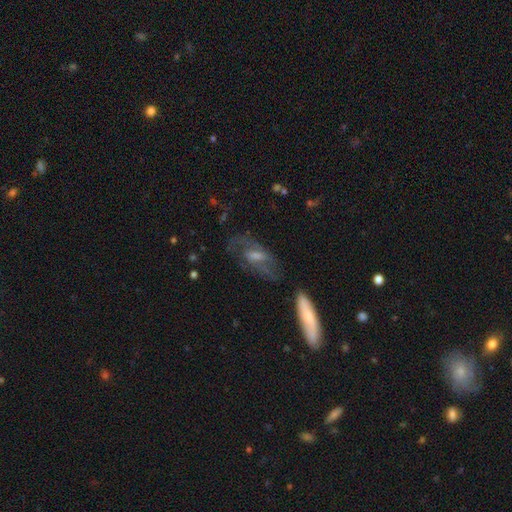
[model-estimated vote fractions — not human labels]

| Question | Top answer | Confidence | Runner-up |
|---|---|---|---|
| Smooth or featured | featured or disk | 67% | smooth (23%) |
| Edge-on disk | no | 87% | yes (13%) |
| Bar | weak | 46% | no (33%) |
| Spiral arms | yes | 77% | no (23%) |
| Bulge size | moderate | 41% | small (34%) |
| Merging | none | 60% | minor disturbance (20%) |